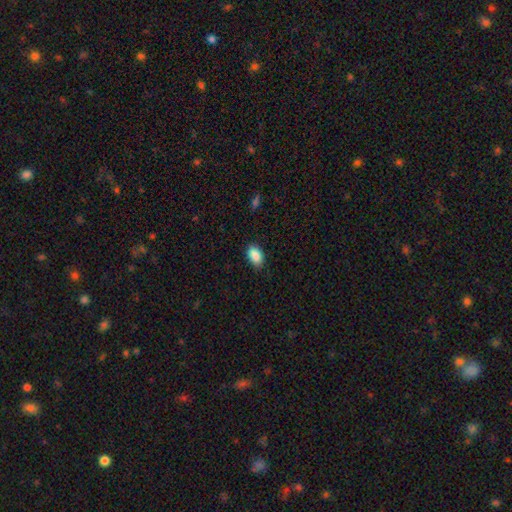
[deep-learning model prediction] The model was most divided on "merging": none: 85%, minor disturbance: 12%, major disturbance: 2%, merger: 1%. More confident: how rounded — in between (92%); smooth or featured — smooth (88%).